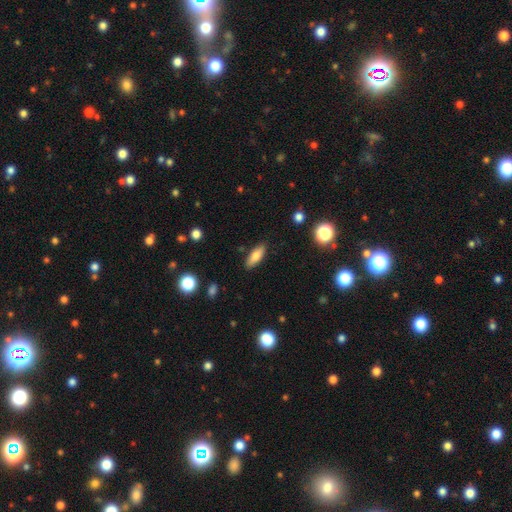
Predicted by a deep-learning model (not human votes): smooth-or-featured: smooth: 80% | featured or disk: 12% | star or artifact: 8%
  how-rounded: in between: 66% | cigar-shaped: 31% | round: 3%
  merging: none: 86% | minor disturbance: 10% | major disturbance: 2% | merger: 2%